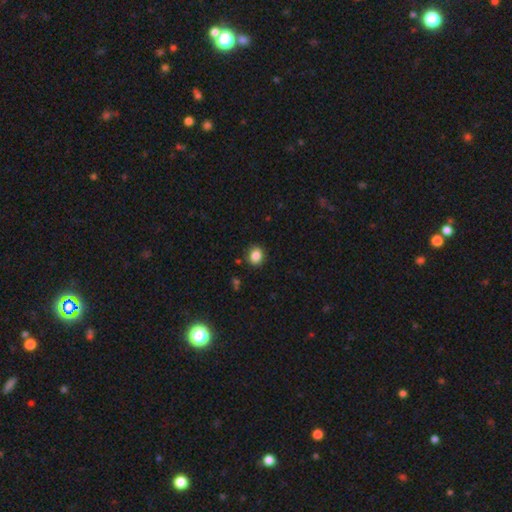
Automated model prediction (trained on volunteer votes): Smooth or featured? Predicted: smooth (p=0.86). How rounded? Predicted: round (p=0.59). Merging? Predicted: none (p=0.87).